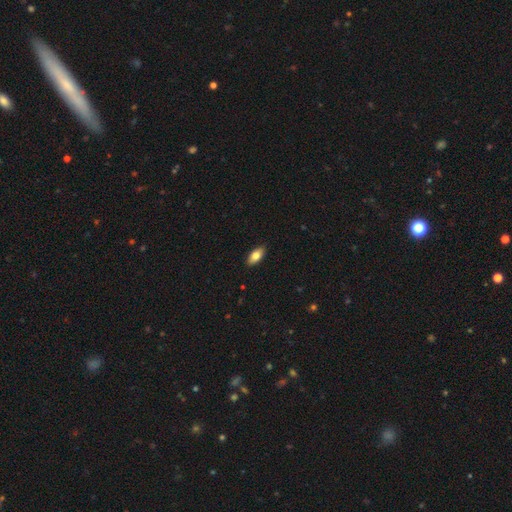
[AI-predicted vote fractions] Morphology: type=smooth (79%); roundness=in between (90%); merging=none (90%).